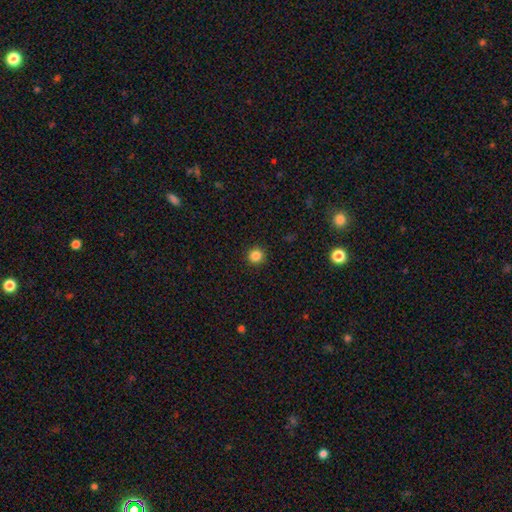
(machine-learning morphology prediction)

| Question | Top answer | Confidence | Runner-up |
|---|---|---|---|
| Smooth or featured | smooth | 85% | star or artifact (12%) |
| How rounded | round | 94% | in between (5%) |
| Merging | none | 93% | minor disturbance (5%) |